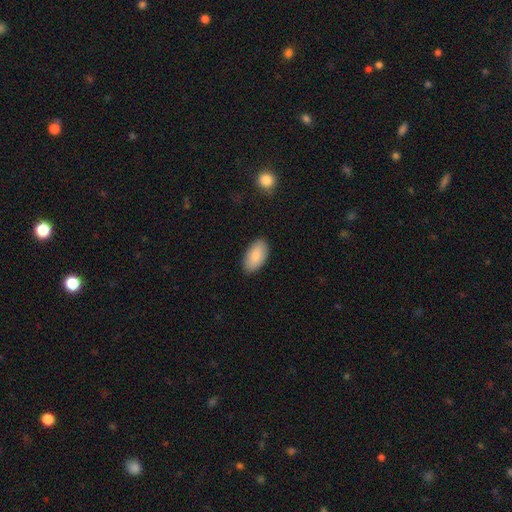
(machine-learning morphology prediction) Smooth or featured?
  - smooth: 84% *
  - featured or disk: 10%
  - star or artifact: 6%
How rounded?
  - in between: 95% *
  - round: 3%
  - cigar-shaped: 2%
Merging?
  - none: 88% *
  - minor disturbance: 9%
  - major disturbance: 2%
  - merger: 1%